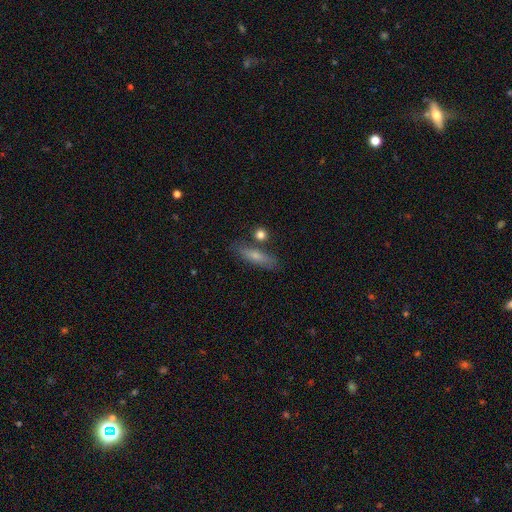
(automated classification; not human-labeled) Smooth or featured: smooth — 69% (featured or disk — 24%)
How rounded: cigar-shaped — 67% (in between — 29%)
Merging: none — 74% (minor disturbance — 14%)